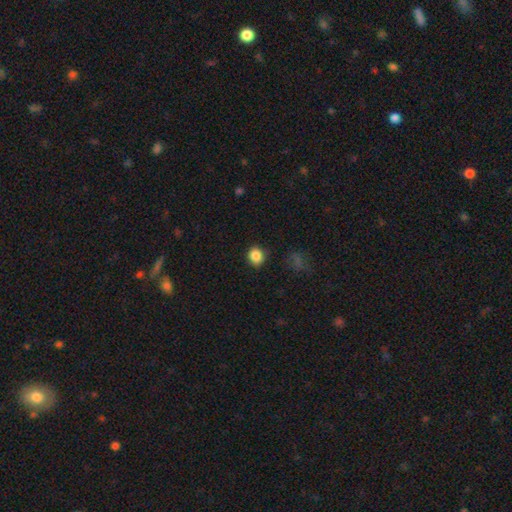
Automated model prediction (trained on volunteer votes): Morphology: type=smooth (86%); roundness=round (77%); merging=none (85%).